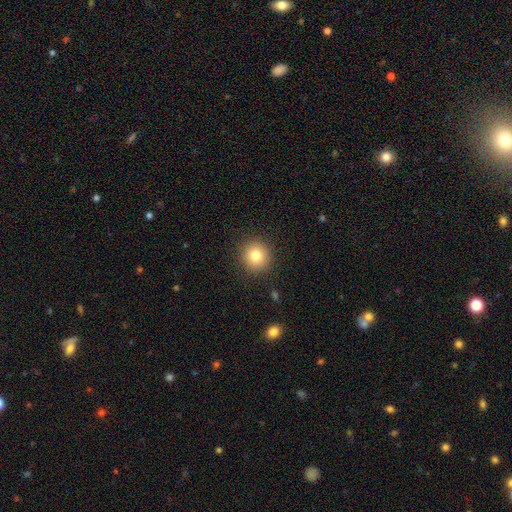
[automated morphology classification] Smooth or featured? smooth (81%)
How rounded? round (93%)
Merging? none (90%)